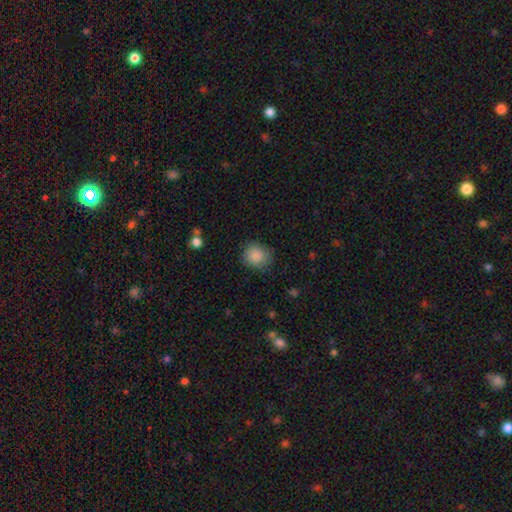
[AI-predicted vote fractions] A smooth galaxy with no disk features (88%) that is round (79%). Merging: none (82%).